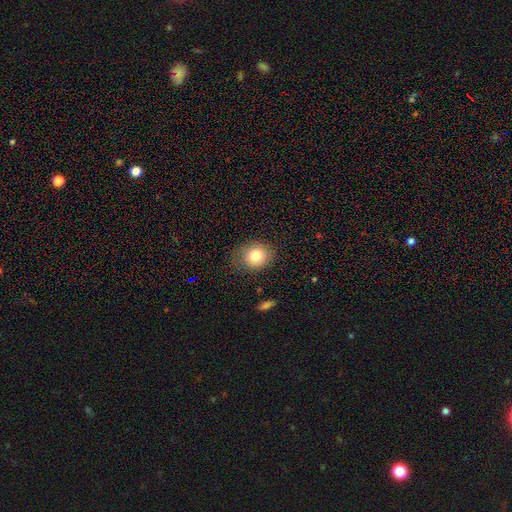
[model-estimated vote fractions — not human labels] A smooth galaxy with no disk features (79%) that is round (65%). Merging: none (77%).